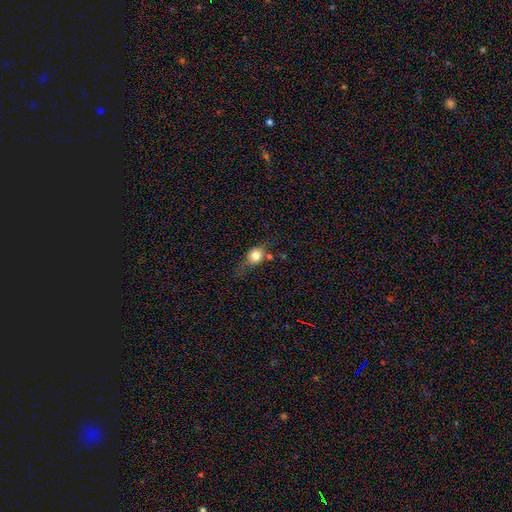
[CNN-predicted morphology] Overall: smooth (71%). How rounded: round (59%; in between 37%). Merging: none (51%; minor disturbance 28%).